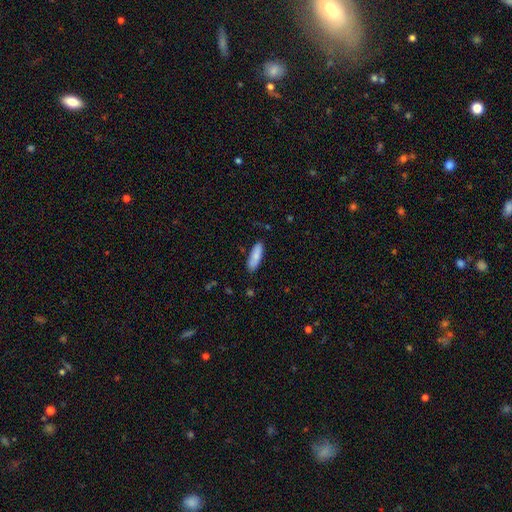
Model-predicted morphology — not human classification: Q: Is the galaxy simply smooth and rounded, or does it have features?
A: smooth — 82%.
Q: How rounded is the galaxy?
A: in between — 55%.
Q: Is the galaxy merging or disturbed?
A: none — 83%.